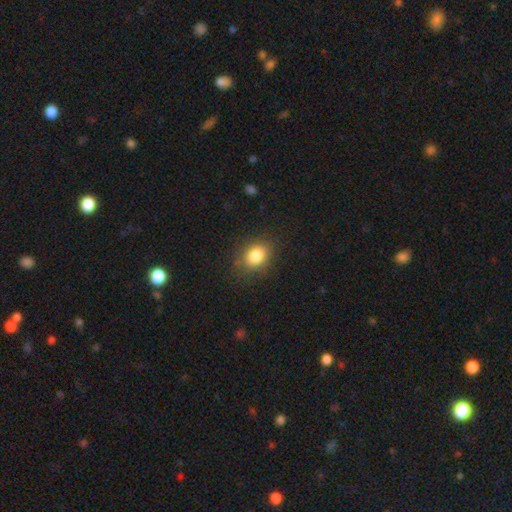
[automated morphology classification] smooth 83%, star or artifact 10%, featured or disk 7%. Down the decision tree: how rounded — in between (57%); merging — none (81%).